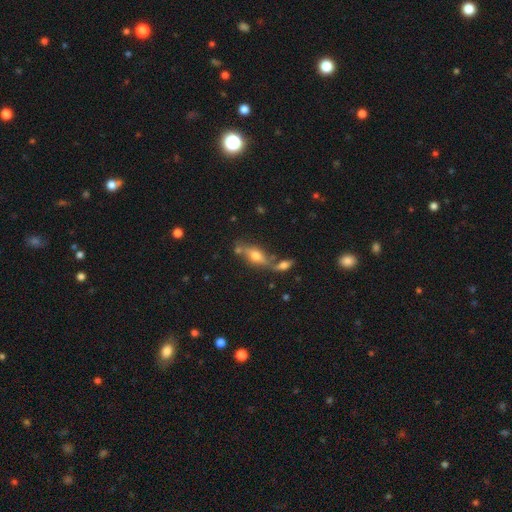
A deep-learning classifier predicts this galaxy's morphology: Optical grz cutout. It shows a smooth galaxy with no disk features (46%). Merging: none (50%).